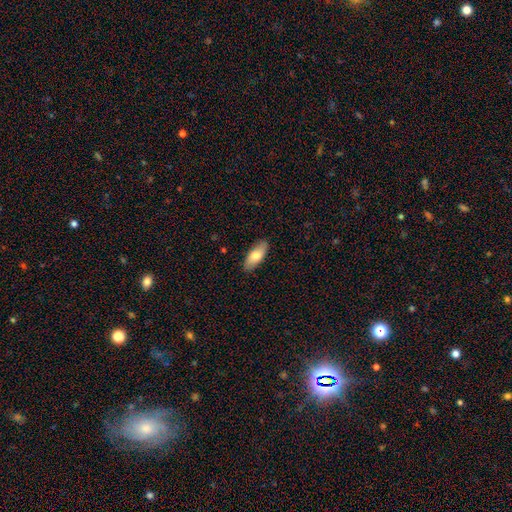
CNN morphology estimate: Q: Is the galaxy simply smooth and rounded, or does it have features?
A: smooth — 75%.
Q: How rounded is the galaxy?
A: in between — 81%.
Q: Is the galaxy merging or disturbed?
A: none — 88%.